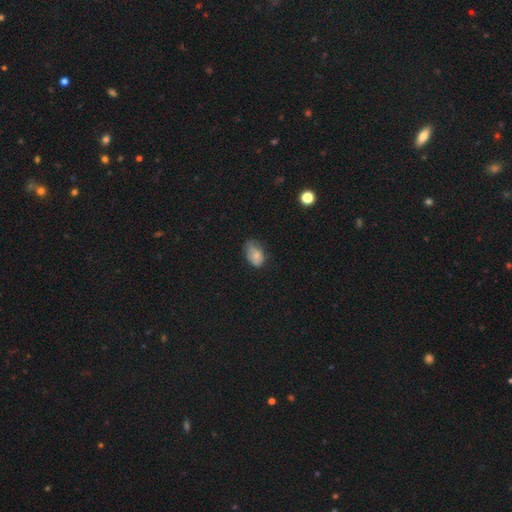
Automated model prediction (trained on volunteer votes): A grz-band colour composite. It shows a smooth galaxy with no disk features (72%) that is in between round and cigar-shaped (86%). Merging: none (43%).